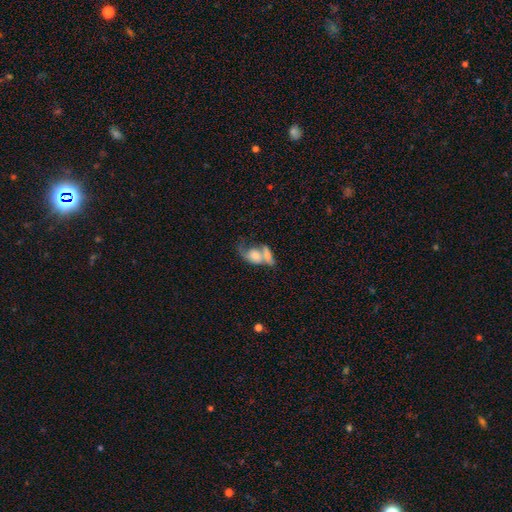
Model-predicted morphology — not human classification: Q: Smooth or featured?
A: smooth (57%); runner-up: featured or disk (34%)
Q: How rounded?
A: in between (73%); runner-up: round (21%)
Q: Merging?
A: merger (61%); runner-up: none (15%)